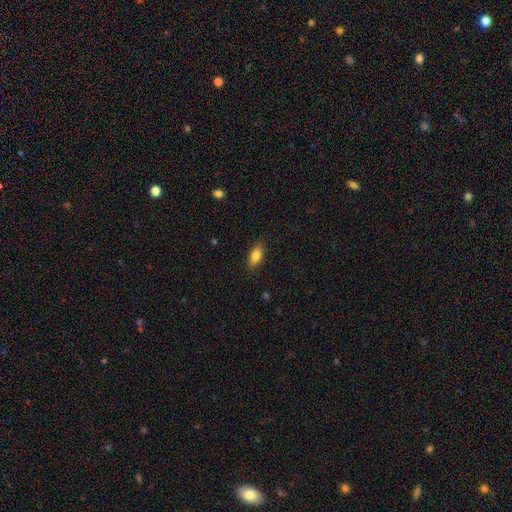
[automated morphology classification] smooth_or_featured: smooth (p=0.82) [alt: featured or disk p=0.11]
how_rounded: in between (p=0.85) [alt: cigar-shaped p=0.12]
merging: none (p=0.87) [alt: minor disturbance p=0.10]